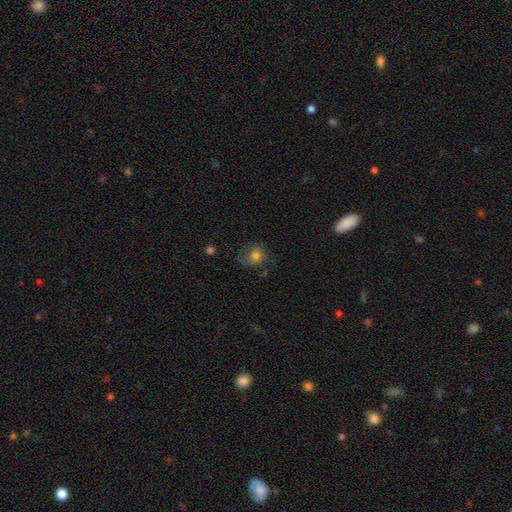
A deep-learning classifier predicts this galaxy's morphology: type=smooth (68%); roundness=round (68%); merging=none (56%).